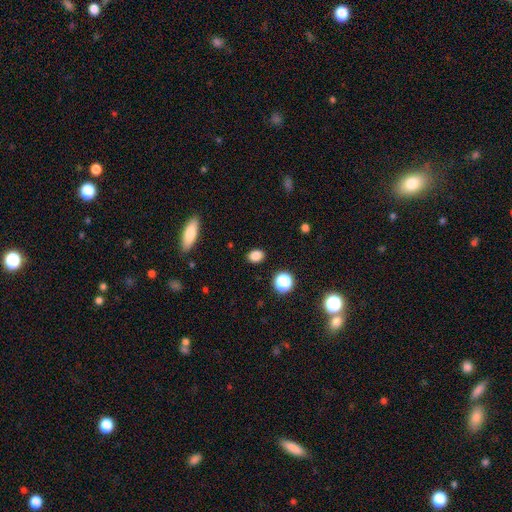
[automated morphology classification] The model was most divided on "how rounded": in between: 64%, round: 34%, cigar-shaped: 2%. More confident: merging — none (88%); smooth or featured — smooth (84%).